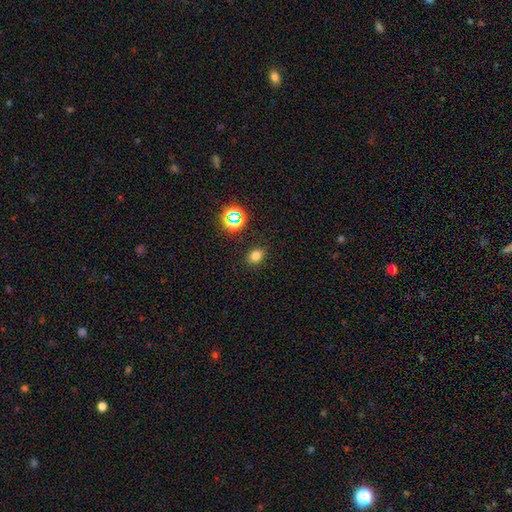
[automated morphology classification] The model was most divided on "how rounded": in between: 62%, round: 37%, cigar-shaped: 1%. More confident: merging — none (87%); smooth or featured — smooth (76%).